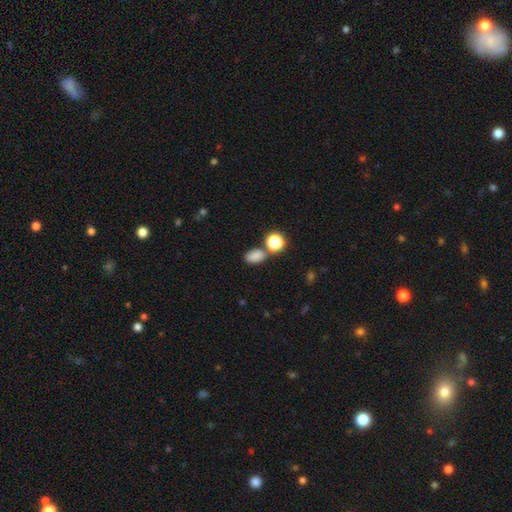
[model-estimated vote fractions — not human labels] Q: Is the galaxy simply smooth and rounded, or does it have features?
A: smooth — 81%.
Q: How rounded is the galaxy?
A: in between — 81%.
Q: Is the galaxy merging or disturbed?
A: none — 68%.